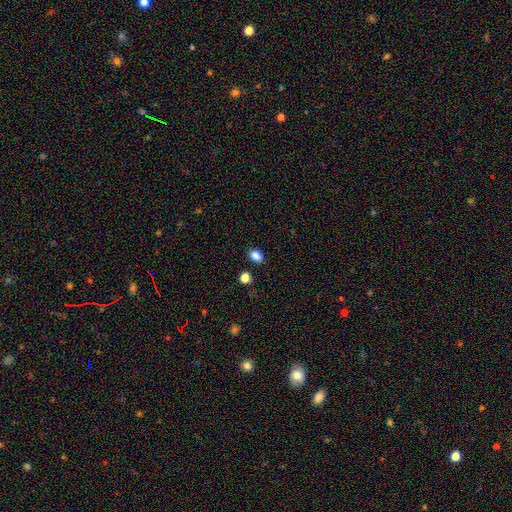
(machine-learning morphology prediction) This appears to be a smooth galaxy with no disk features (85%) that is in between round and cigar-shaped (74%). Merging: none (85%).